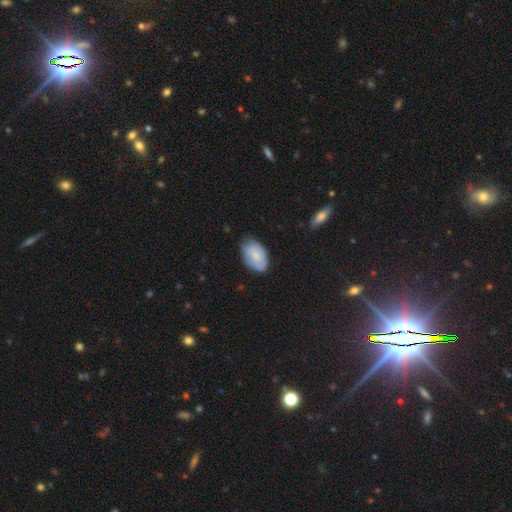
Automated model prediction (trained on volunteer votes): The model was most divided on "merging": none: 68%, minor disturbance: 27%, major disturbance: 5%, merger: 1%. More confident: how rounded — in between (92%); smooth or featured — smooth (73%).